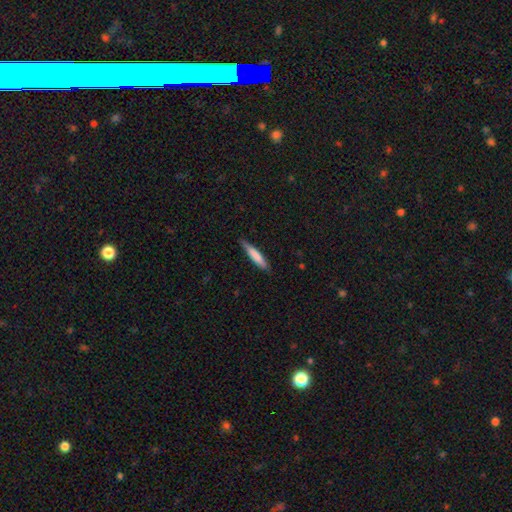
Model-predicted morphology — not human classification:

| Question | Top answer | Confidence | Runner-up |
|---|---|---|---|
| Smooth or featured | smooth | 76% | featured or disk (18%) |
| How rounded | cigar-shaped | 89% | in between (10%) |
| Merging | none | 80% | minor disturbance (16%) |